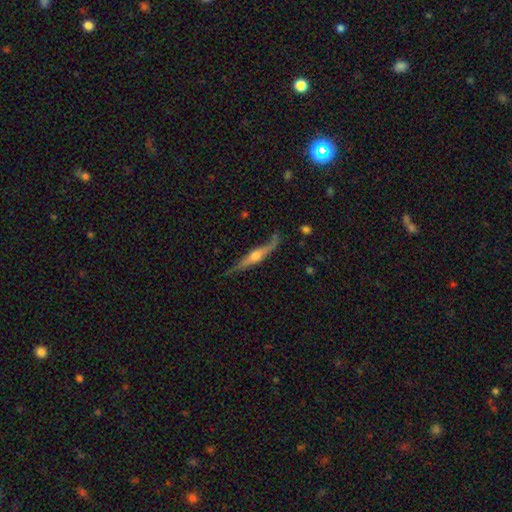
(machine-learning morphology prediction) A featured or disk galaxy (70%) viewed edge-on (94%) with a rounded central bulge (87%). Merging: none (71%).